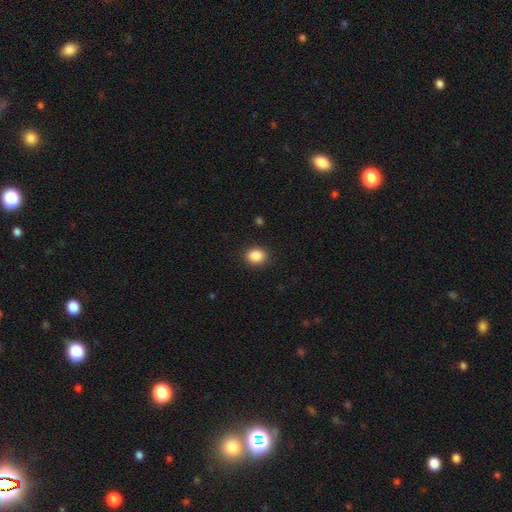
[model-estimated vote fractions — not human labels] Smooth or featured: smooth — 88% (star or artifact — 9%)
How rounded: round — 59% (in between — 40%)
Merging: none — 89% (minor disturbance — 7%)